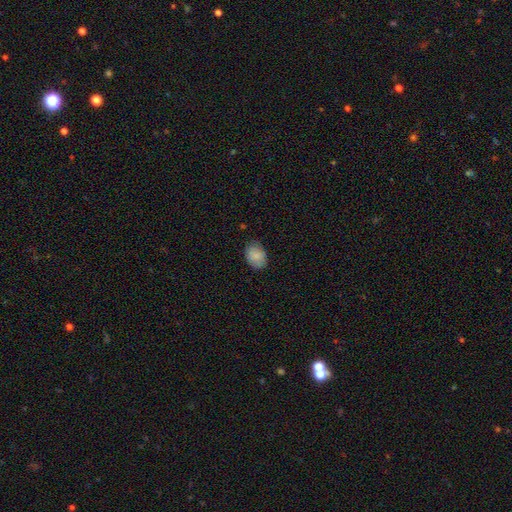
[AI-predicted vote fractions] smooth 87%, star or artifact 7%, featured or disk 6%. Down the decision tree: how rounded — in between (72%); merging — none (79%).